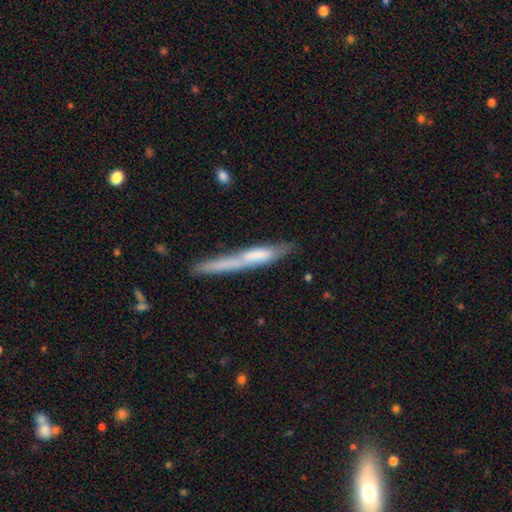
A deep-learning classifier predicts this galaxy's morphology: Smooth or featured? Predicted: smooth (p=0.57). How rounded? Predicted: cigar-shaped (p=0.90). Merging? Predicted: none (p=0.50).